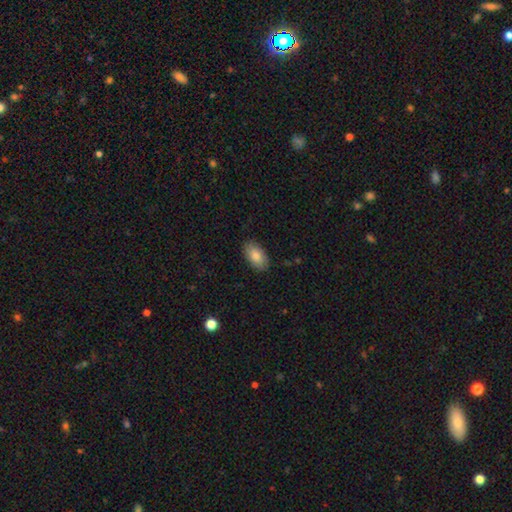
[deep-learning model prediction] Morphology: type=smooth (84%); roundness=in between (94%); merging=none (86%).